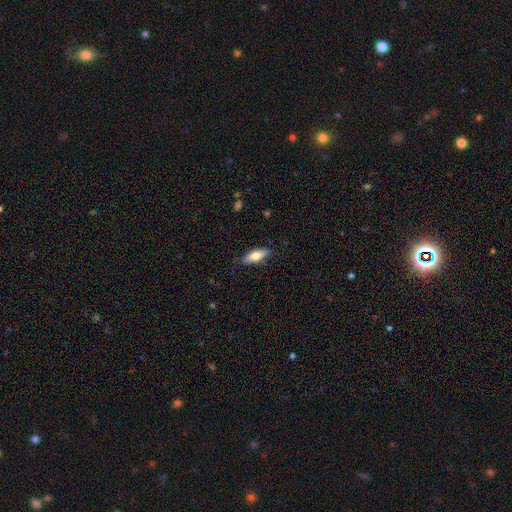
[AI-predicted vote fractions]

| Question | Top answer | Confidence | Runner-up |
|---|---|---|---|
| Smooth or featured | smooth | 77% | featured or disk (17%) |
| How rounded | in between | 69% | cigar-shaped (29%) |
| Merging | none | 83% | minor disturbance (14%) |